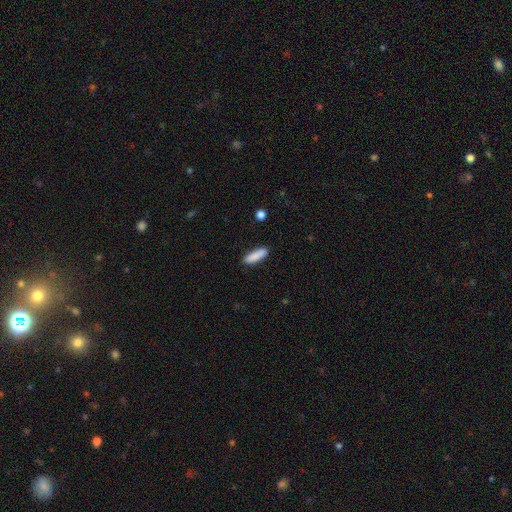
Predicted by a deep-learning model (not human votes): Smooth or featured? Predicted: smooth (p=0.87). How rounded? Predicted: cigar-shaped (p=0.69). Merging? Predicted: none (p=0.88).